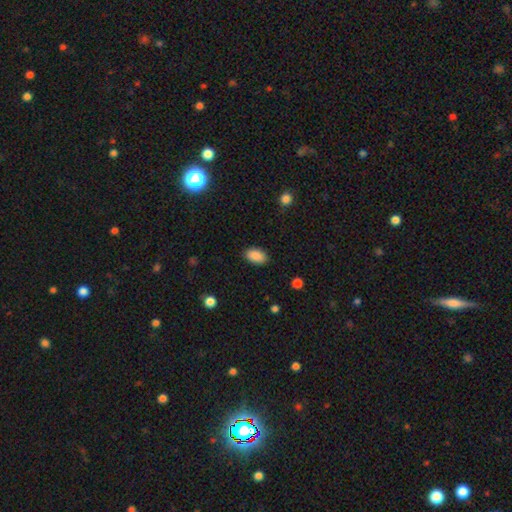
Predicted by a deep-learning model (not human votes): This appears to be a smooth galaxy with no disk features (89%) that is in between round and cigar-shaped (93%). Merging: none (87%).